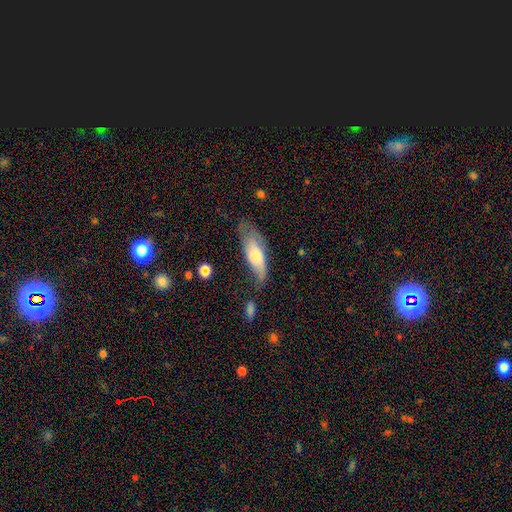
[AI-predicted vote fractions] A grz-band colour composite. It shows a smooth galaxy with no disk features (60%) that is in between round and cigar-shaped (69%). Merging: none (42%).